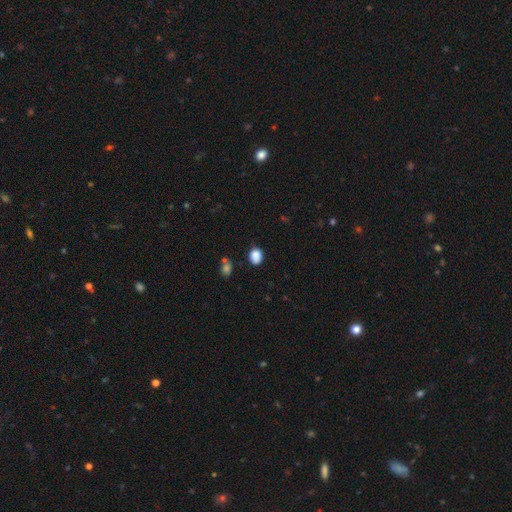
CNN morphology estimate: A smooth galaxy with no disk features (86%) that is in between round and cigar-shaped (53%).

Vote fractions:
- Smooth or featured? smooth: 86% / star or artifact: 10% / featured or disk: 4%
- How rounded? in between: 53% / round: 46% / cigar-shaped: 1%
- Merging? none: 70% / minor disturbance: 21% / major disturbance: 5% / merger: 4%